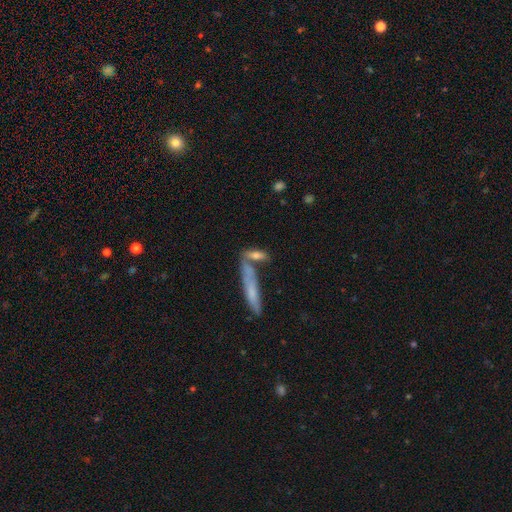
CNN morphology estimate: The model was most divided on "merging": none: 50%, merger: 32%, minor disturbance: 13%, major disturbance: 5%. More confident: smooth or featured — smooth (64%); how rounded — cigar-shaped (62%).